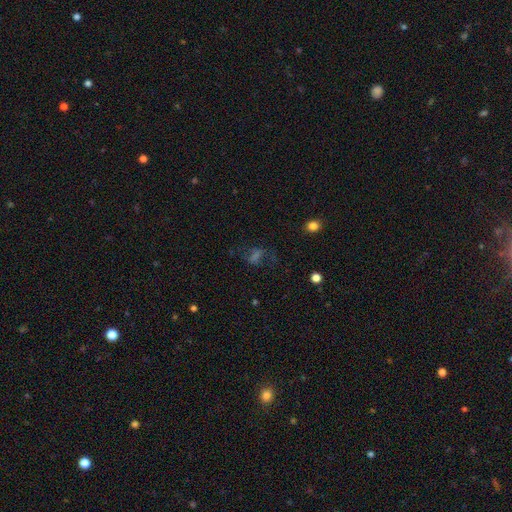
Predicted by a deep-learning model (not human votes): Q: Smooth or featured?
A: smooth (36%); runner-up: star or artifact (33%)
Q: Merging?
A: none (54%); runner-up: major disturbance (24%)